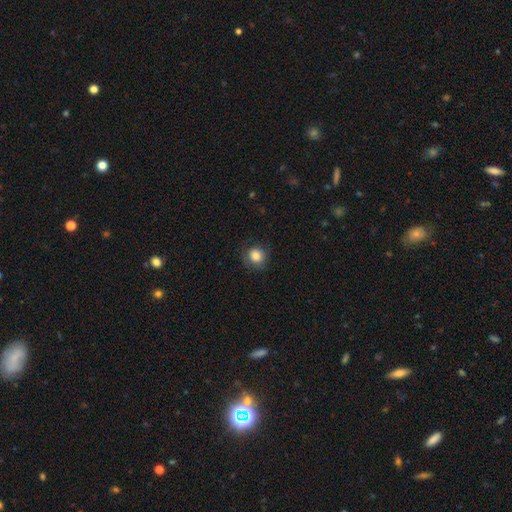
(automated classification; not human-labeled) The model was most divided on "merging": none: 79%, minor disturbance: 15%, major disturbance: 5%, merger: 1%. More confident: how rounded — round (85%); smooth or featured — smooth (84%).